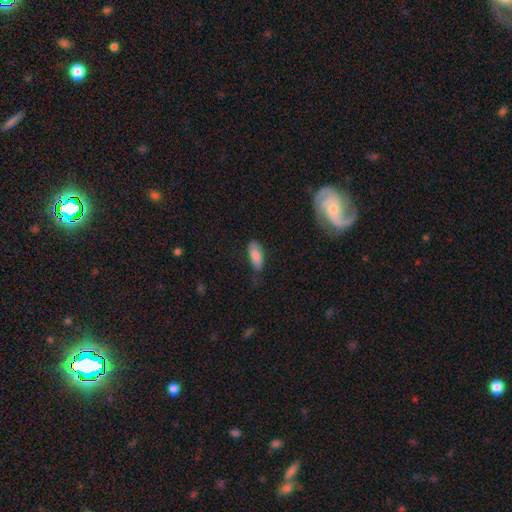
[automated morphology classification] type=smooth (84%); roundness=in between (77%); merging=none (65%).